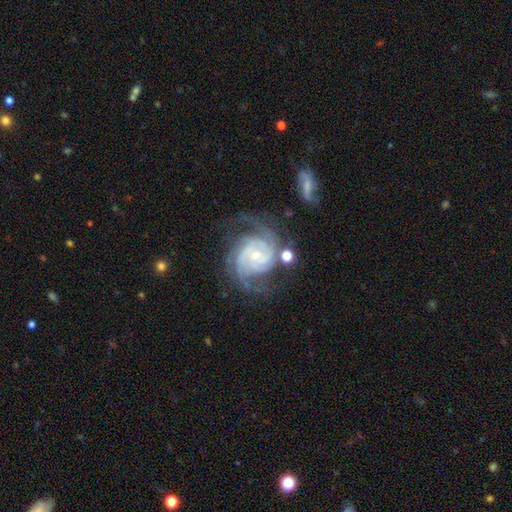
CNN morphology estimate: Overall: featured or disk (91%). Edge-on disk: no (98%). Bar: no (66%). Spiral arms: yes (98%). Spiral arm count: 3 (35%; 2 26%). Spiral winding: tight (53%; medium 39%). Bulge size: small (73%). Merging: none (66%).